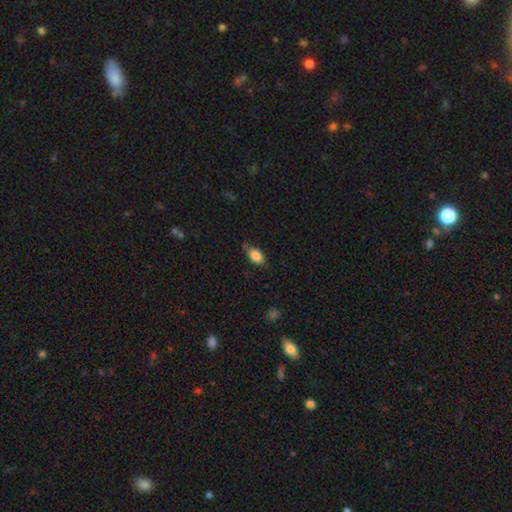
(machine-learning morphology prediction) A smooth galaxy with no disk features (85%) that is in between round and cigar-shaped (88%).

Vote fractions:
- Smooth or featured? smooth: 85% / star or artifact: 8% / featured or disk: 7%
- How rounded? in between: 88% / round: 10% / cigar-shaped: 3%
- Merging? none: 75% / minor disturbance: 18% / merger: 4% / major disturbance: 4%